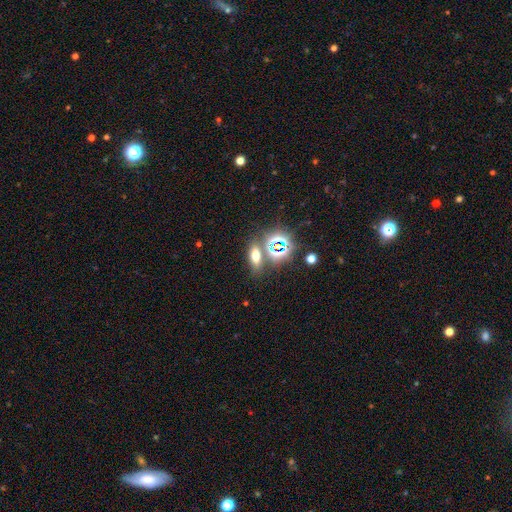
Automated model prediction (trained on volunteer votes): Smooth or featured? smooth (53%)
How rounded? in between (63%)
Merging? none (71%)